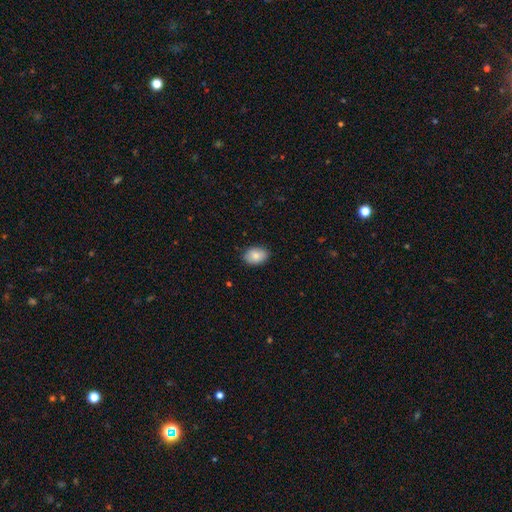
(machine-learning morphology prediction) Smooth or featured: smooth — 84% (featured or disk — 9%)
How rounded: in between — 79% (round — 20%)
Merging: none — 87% (minor disturbance — 10%)